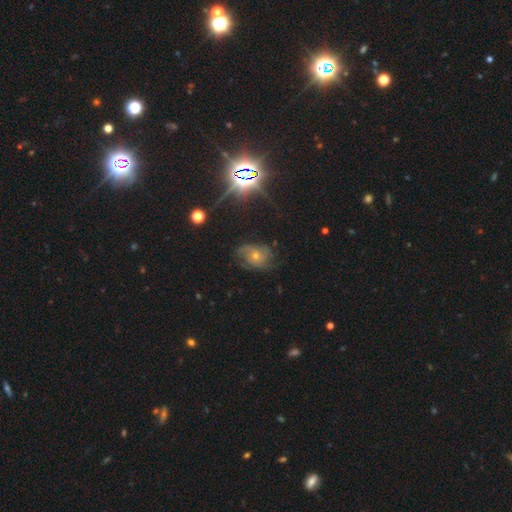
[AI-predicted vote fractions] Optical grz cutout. It shows a featured or disk galaxy (54%) with no bar (82%), spiral arms (87%) and a small central bulge (52%). Merging: none (63%).